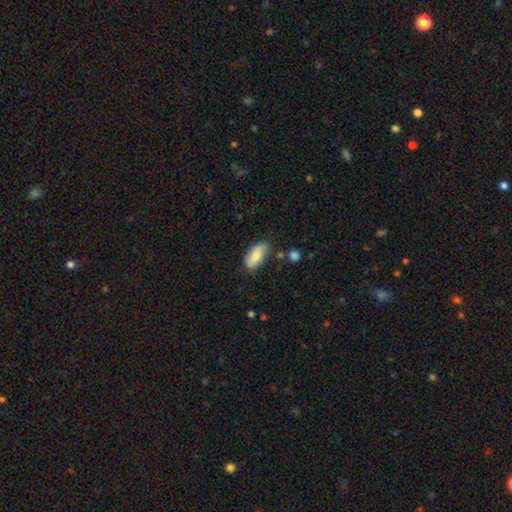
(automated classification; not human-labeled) smooth 81%, featured or disk 13%, star or artifact 7%. Down the decision tree: how rounded — in between (87%); merging — none (67%).